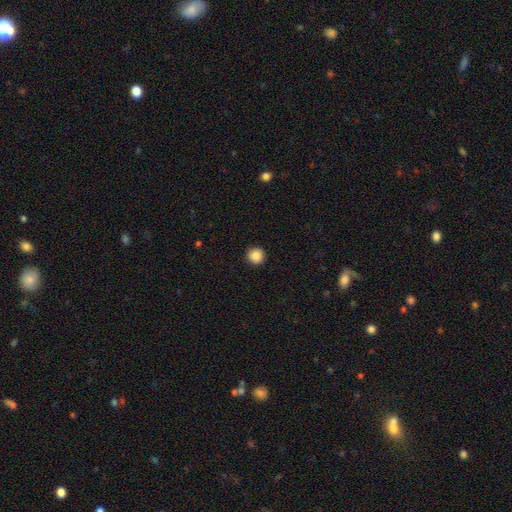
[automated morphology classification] Smooth or featured?
  - smooth: 88% *
  - star or artifact: 9%
  - featured or disk: 3%
How rounded?
  - round: 95% *
  - in between: 4%
  - cigar-shaped: 1%
Merging?
  - none: 92% *
  - minor disturbance: 5%
  - major disturbance: 2%
  - merger: 1%